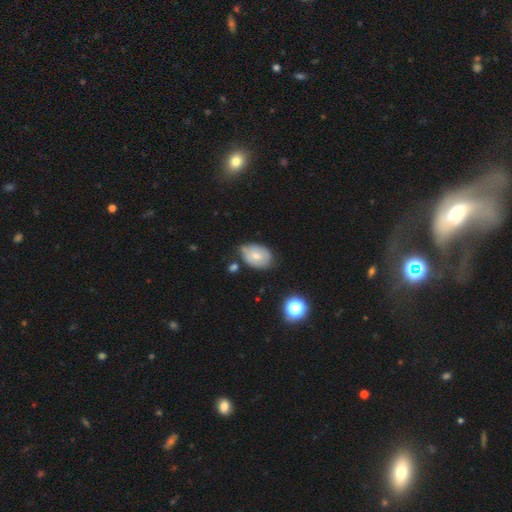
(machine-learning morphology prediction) Smooth or featured?
  - smooth: 65% *
  - featured or disk: 26%
  - star or artifact: 9%
How rounded?
  - in between: 71% *
  - round: 28%
  - cigar-shaped: 1%
Merging?
  - none: 56% *
  - minor disturbance: 33%
  - major disturbance: 6%
  - merger: 6%